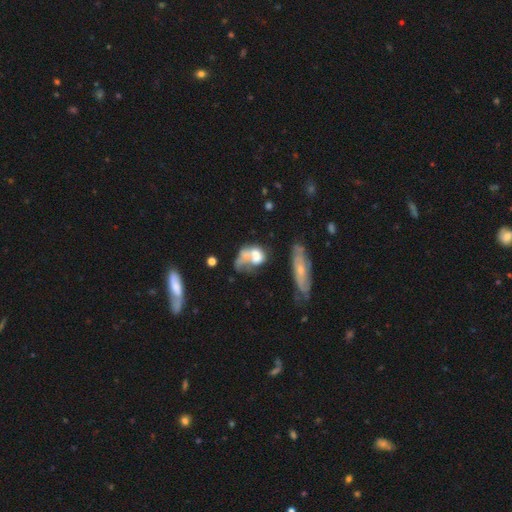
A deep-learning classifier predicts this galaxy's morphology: Smooth or featured? smooth (50%)
Merging? merger (44%)